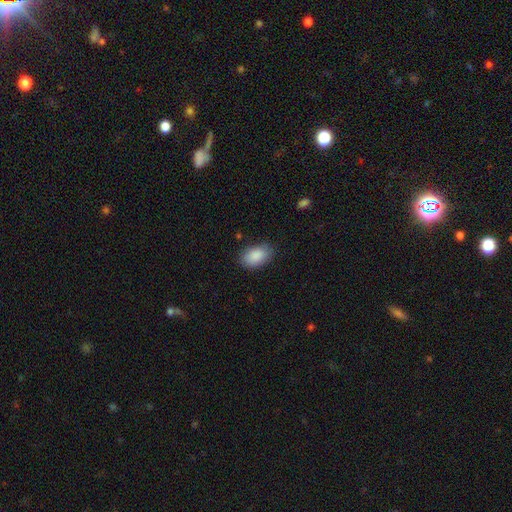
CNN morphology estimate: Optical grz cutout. It shows a smooth galaxy with no disk features (89%) that is in between round and cigar-shaped (91%). Merging: none (81%).